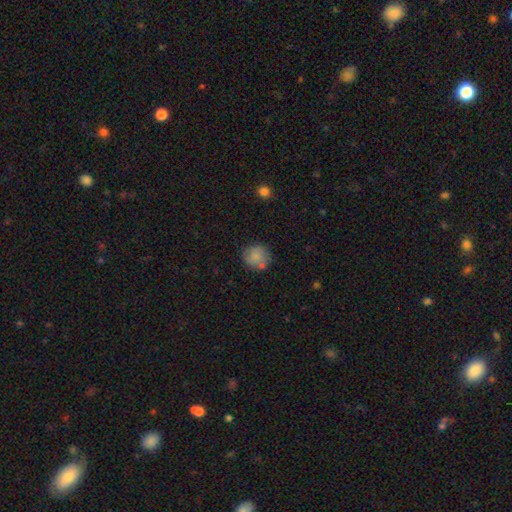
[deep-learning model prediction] smooth-or-featured: smooth: 81% | featured or disk: 11% | star or artifact: 9%
  how-rounded: round: 88% | in between: 11% | cigar-shaped: 1%
  merging: none: 70% | minor disturbance: 16% | merger: 10% | major disturbance: 5%